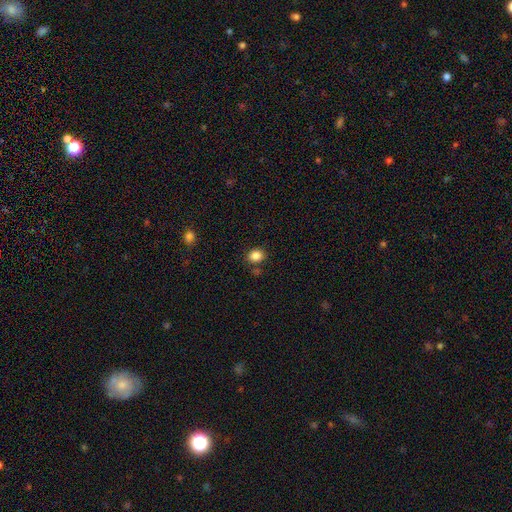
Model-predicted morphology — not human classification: Smooth or featured?
  - smooth: 86% *
  - star or artifact: 10%
  - featured or disk: 4%
How rounded?
  - round: 52% *
  - in between: 47%
  - cigar-shaped: 1%
Merging?
  - none: 80% *
  - minor disturbance: 11%
  - merger: 6%
  - major disturbance: 3%